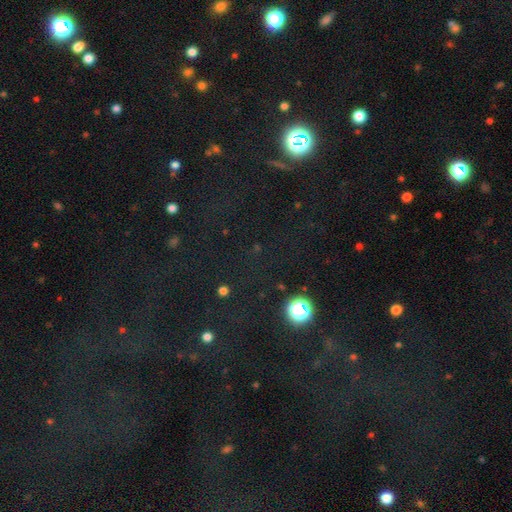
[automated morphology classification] This is likely a star or artifact rather than a galaxy (70%).